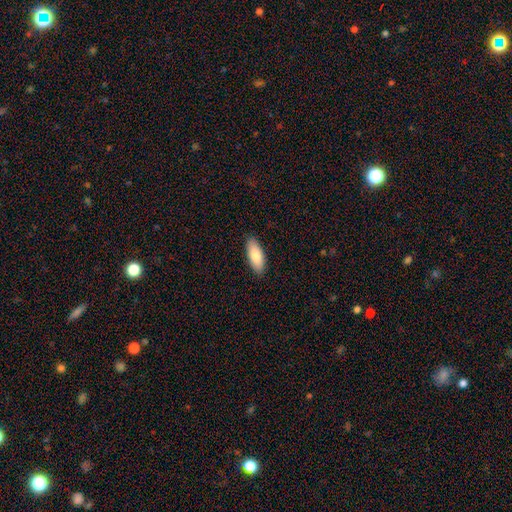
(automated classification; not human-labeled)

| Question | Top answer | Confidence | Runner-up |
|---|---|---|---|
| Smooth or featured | smooth | 83% | featured or disk (11%) |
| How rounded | in between | 80% | cigar-shaped (18%) |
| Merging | none | 89% | minor disturbance (9%) |